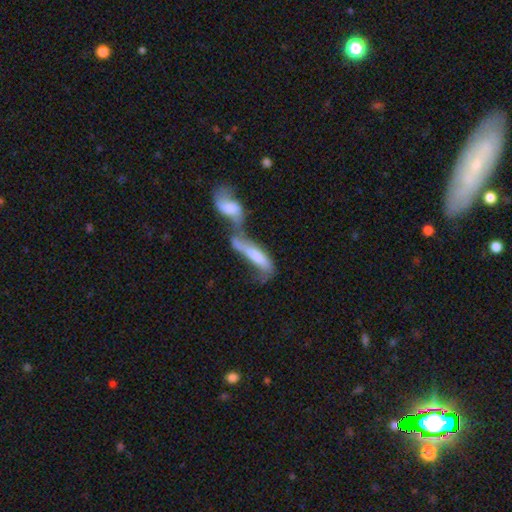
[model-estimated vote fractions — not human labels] This is possibly a smooth galaxy (51%). How rounded: likely cigar-shaped (61%). Merging: likely merger (77%).